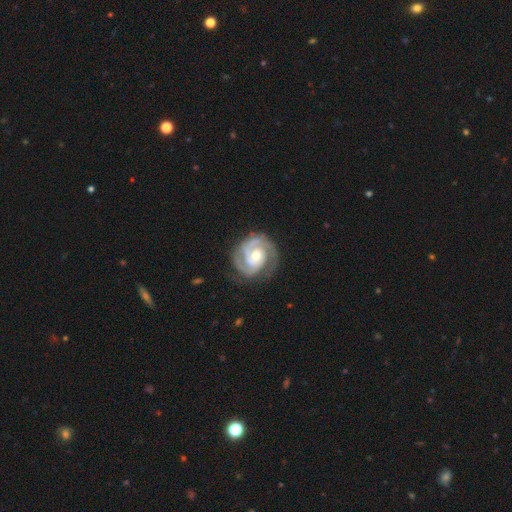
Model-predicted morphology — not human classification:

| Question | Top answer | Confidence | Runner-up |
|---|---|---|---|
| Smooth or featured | featured or disk | 91% | smooth (5%) |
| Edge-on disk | no | 98% | yes (2%) |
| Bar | no | 61% | weak (30%) |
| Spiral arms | yes | 98% | no (2%) |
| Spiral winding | tight | 66% | medium (29%) |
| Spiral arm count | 2 | 48% | 3 (31%) |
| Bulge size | moderate | 63% | small (31%) |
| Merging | none | 75% | minor disturbance (17%) |